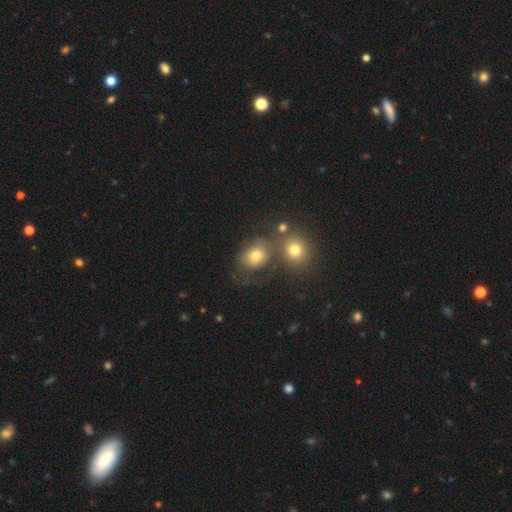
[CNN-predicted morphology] Overall: smooth (72%). How rounded: round (52%; in between 47%). Merging: none (50%; merger 26%).